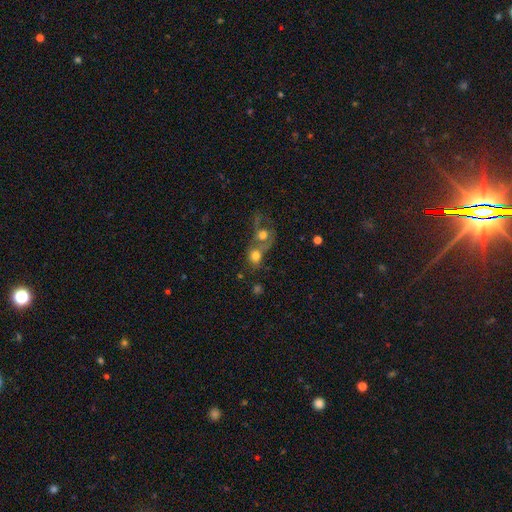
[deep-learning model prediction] The model was most divided on "how rounded": round: 67%, in between: 31%, cigar-shaped: 2%. More confident: smooth or featured — smooth (67%); merging — merger (65%).